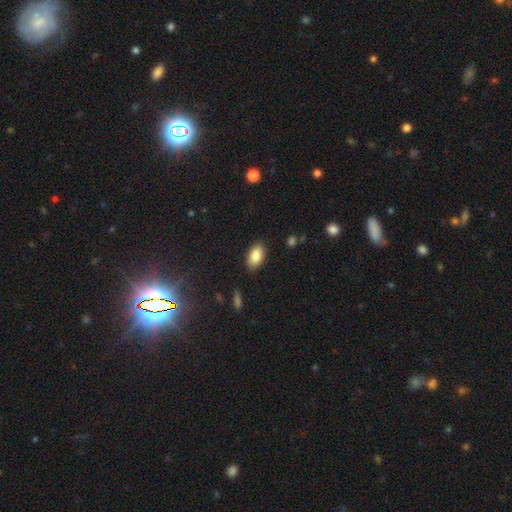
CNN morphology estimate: Q: Smooth or featured?
A: smooth (86%); runner-up: star or artifact (7%)
Q: How rounded?
A: in between (93%); runner-up: round (5%)
Q: Merging?
A: none (87%); runner-up: minor disturbance (9%)